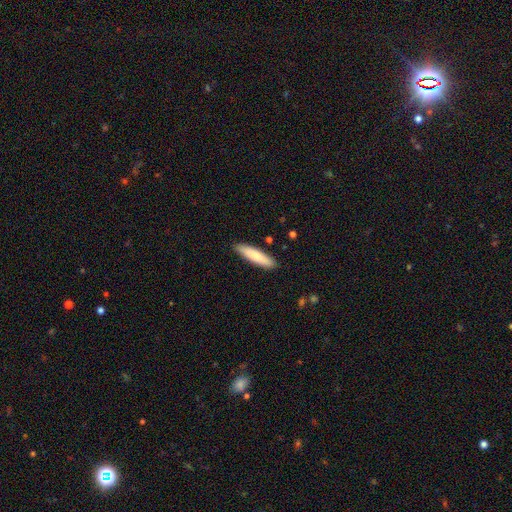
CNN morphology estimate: Overall: smooth (77%). How rounded: cigar-shaped (78%). Merging: none (88%).